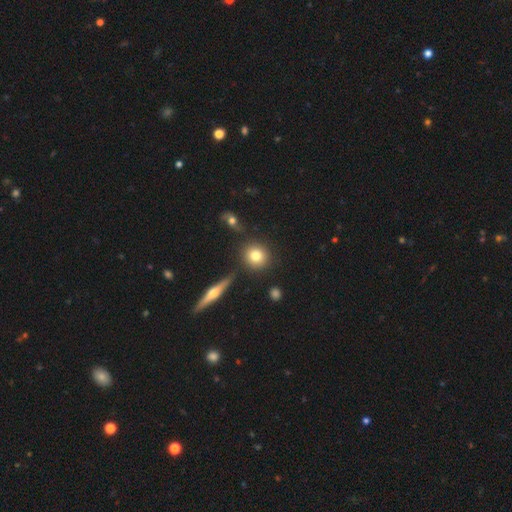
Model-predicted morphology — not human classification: type=smooth (78%); roundness=round (89%); merging=none (84%).